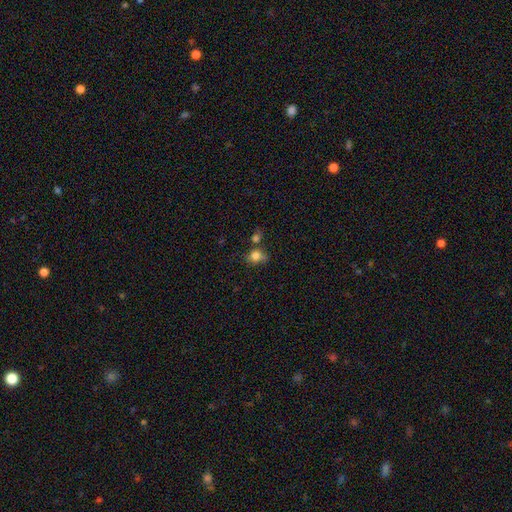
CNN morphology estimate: Q: Smooth or featured?
A: smooth (79%); runner-up: star or artifact (12%)
Q: How rounded?
A: round (69%); runner-up: in between (29%)
Q: Merging?
A: none (47%); runner-up: merger (22%)